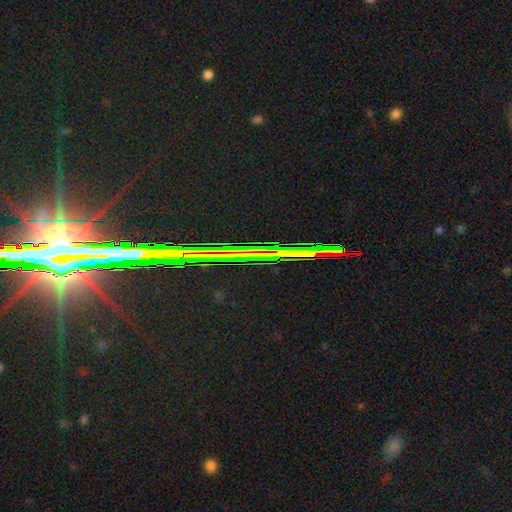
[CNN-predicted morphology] type=star or artifact (78%).